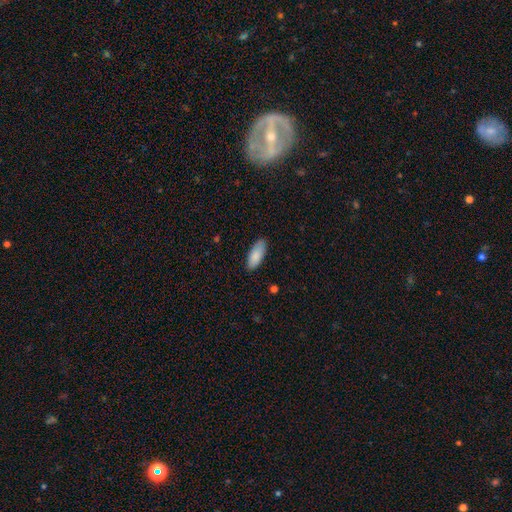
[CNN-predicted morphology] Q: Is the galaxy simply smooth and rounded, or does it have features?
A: smooth — 88%.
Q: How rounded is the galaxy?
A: in between — 84%.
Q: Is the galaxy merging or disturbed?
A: none — 86%.